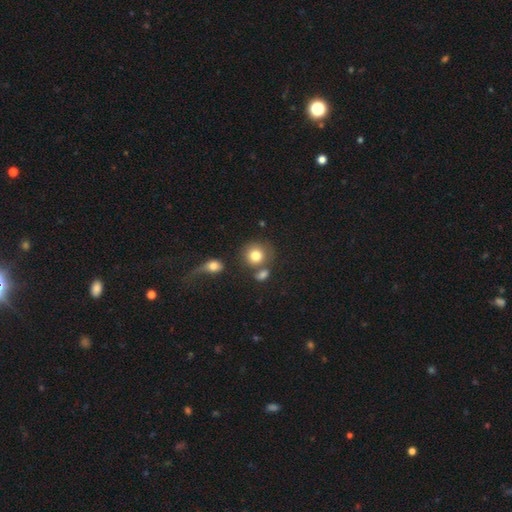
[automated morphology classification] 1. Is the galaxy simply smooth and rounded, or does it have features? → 80% smooth, 11% featured or disk, 10% star or artifact.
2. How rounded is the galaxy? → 83% round, 16% in between, 1% cigar-shaped.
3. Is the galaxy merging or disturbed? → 57% none, 22% merger, 12% minor disturbance, 8% major disturbance.